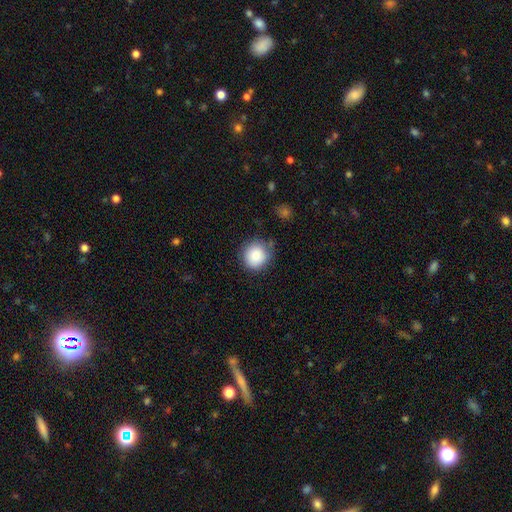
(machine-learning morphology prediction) Q: Smooth or featured?
A: smooth (85%); runner-up: star or artifact (9%)
Q: How rounded?
A: round (90%); runner-up: in between (10%)
Q: Merging?
A: none (76%); runner-up: minor disturbance (17%)